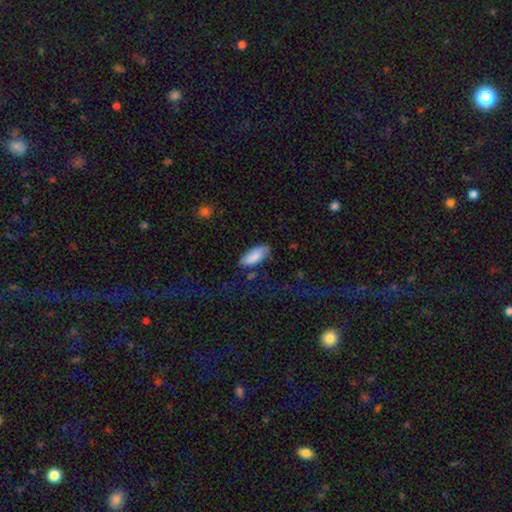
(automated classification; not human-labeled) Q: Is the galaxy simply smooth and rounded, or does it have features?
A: smooth — 86%.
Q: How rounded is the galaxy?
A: in between — 80%.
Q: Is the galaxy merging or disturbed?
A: none — 72%.